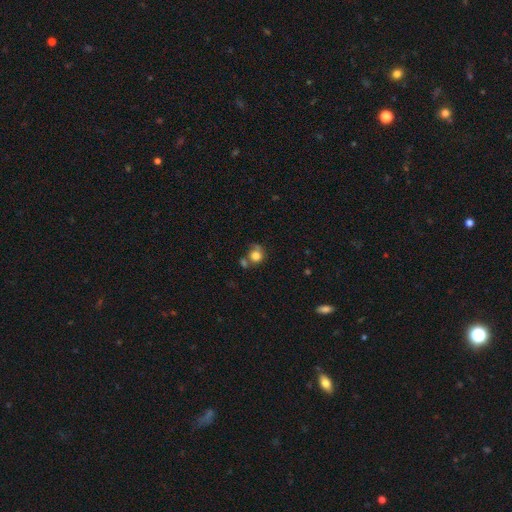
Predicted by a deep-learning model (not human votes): A smooth galaxy with no disk features (78%) that is round (82%).

Vote fractions:
- Smooth or featured? smooth: 78% / featured or disk: 12% / star or artifact: 10%
- How rounded? round: 82% / in between: 17% / cigar-shaped: 1%
- Merging? none: 46% / merger: 22% / minor disturbance: 20% / major disturbance: 12%